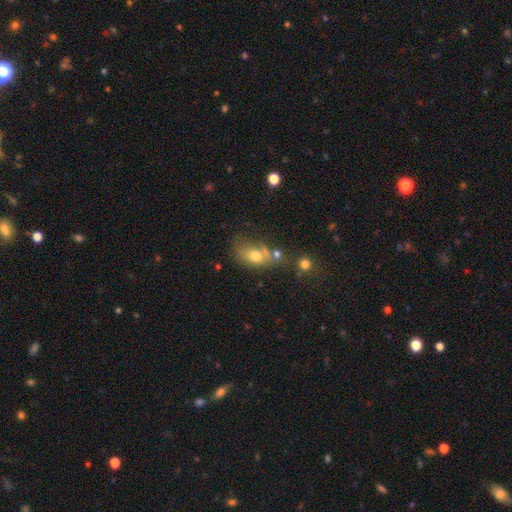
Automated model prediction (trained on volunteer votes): smooth_or_featured: smooth (p=0.70) [alt: featured or disk p=0.19]
how_rounded: in between (p=0.79) [alt: round p=0.18]
merging: none (p=0.33) [alt: merger p=0.27]